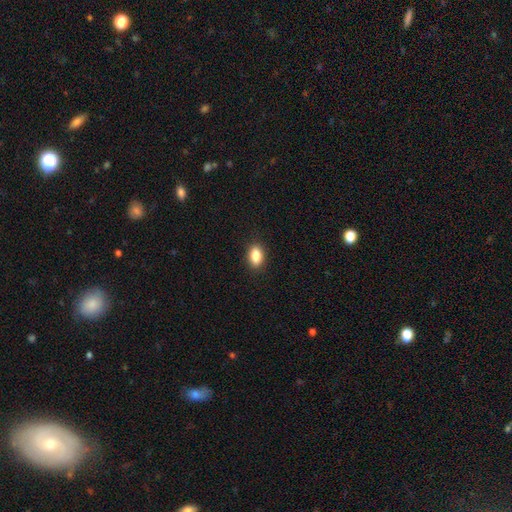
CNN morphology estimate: A smooth galaxy with no disk features (87%) that is in between round and cigar-shaped (87%).

Vote fractions:
- Smooth or featured? smooth: 87% / star or artifact: 8% / featured or disk: 5%
- How rounded? in between: 87% / round: 11% / cigar-shaped: 2%
- Merging? none: 89% / minor disturbance: 8% / major disturbance: 2% / merger: 1%